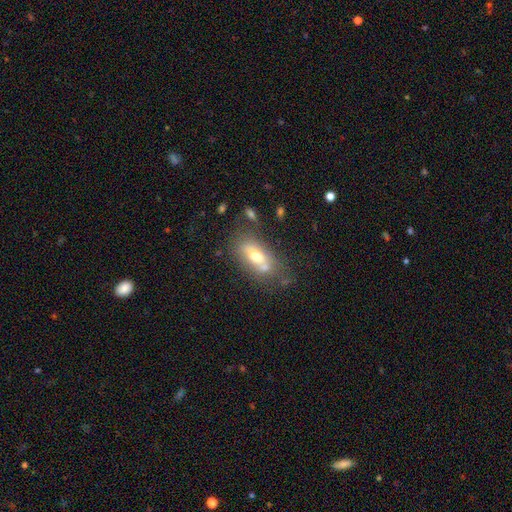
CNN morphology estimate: smooth_or_featured: smooth (p=0.55) [alt: featured or disk p=0.35]
how_rounded: in between (p=0.81) [alt: cigar-shaped p=0.12]
merging: none (p=0.54) [alt: merger p=0.20]